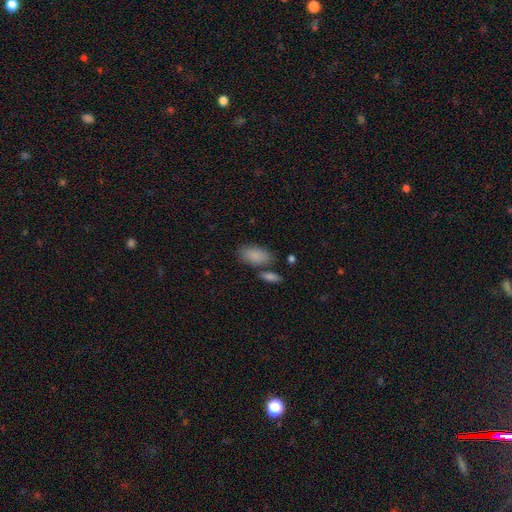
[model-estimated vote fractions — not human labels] Overall: smooth (88%). How rounded: in between (93%). Merging: none (69%).